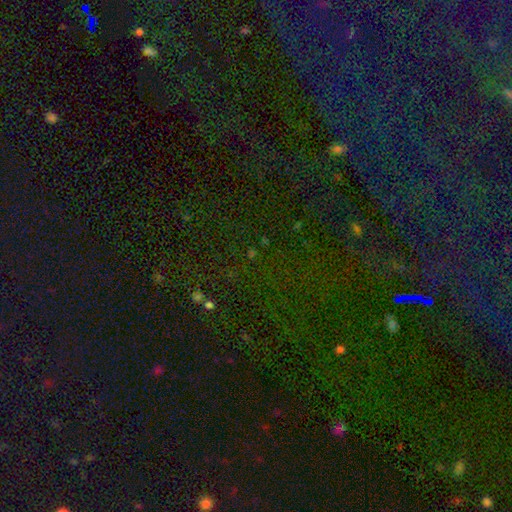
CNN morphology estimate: This appears to be a star or artifact, not a galaxy (81%).